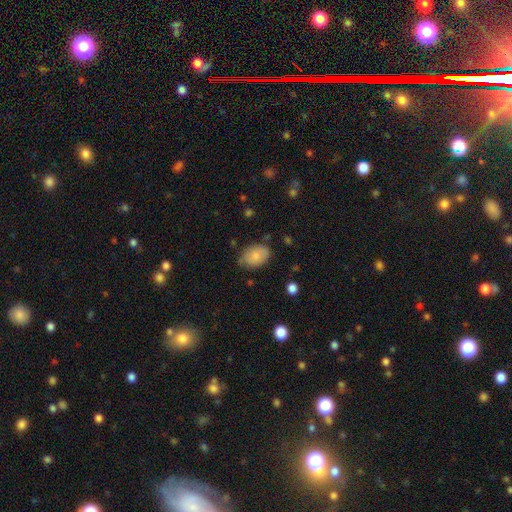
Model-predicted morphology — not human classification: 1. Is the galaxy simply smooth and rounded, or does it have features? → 80% smooth, 13% featured or disk, 7% star or artifact.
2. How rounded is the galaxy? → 84% in between, 15% round, 1% cigar-shaped.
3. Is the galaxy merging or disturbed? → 67% none, 26% minor disturbance, 5% major disturbance, 2% merger.